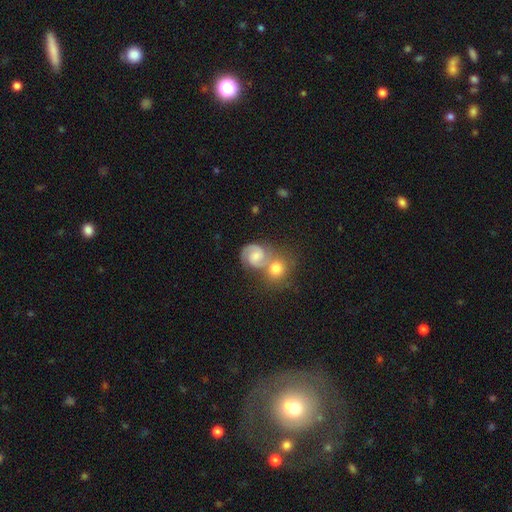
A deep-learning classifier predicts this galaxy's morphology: A featured or disk galaxy (73%) with no bar (53%), 2 (89%) medium (54%) spiral arms (95%) and a small central bulge (44%). Merging: merger (46%).